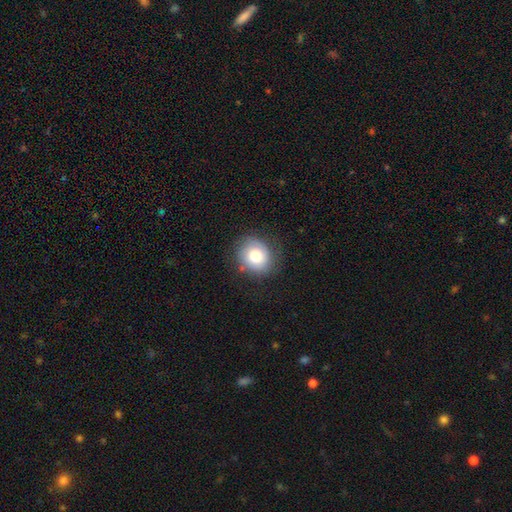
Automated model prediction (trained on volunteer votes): Smooth or featured?
  - smooth: 76% *
  - featured or disk: 16%
  - star or artifact: 9%
How rounded?
  - round: 75% *
  - in between: 24%
  - cigar-shaped: 1%
Merging?
  - none: 76% *
  - minor disturbance: 17%
  - major disturbance: 6%
  - merger: 2%